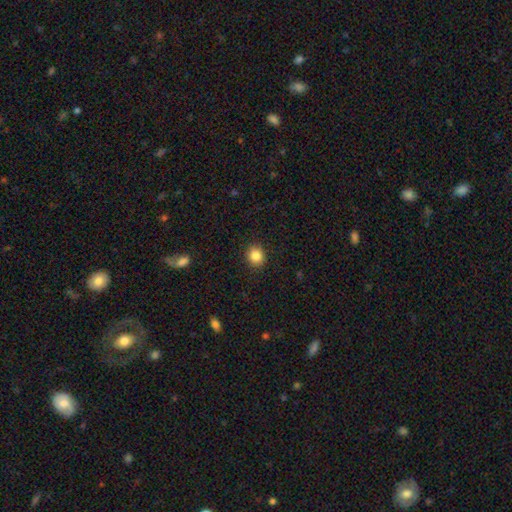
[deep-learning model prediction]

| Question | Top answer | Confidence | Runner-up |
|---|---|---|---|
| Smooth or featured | smooth | 85% | star or artifact (10%) |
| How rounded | round | 75% | in between (25%) |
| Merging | none | 90% | minor disturbance (6%) |